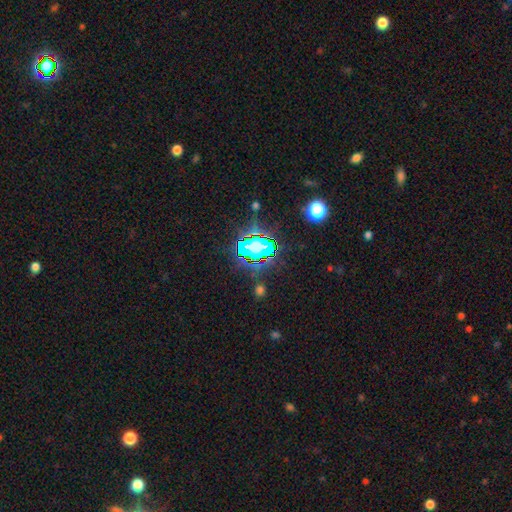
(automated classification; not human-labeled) This is likely a star or artifact rather than a galaxy (78%).